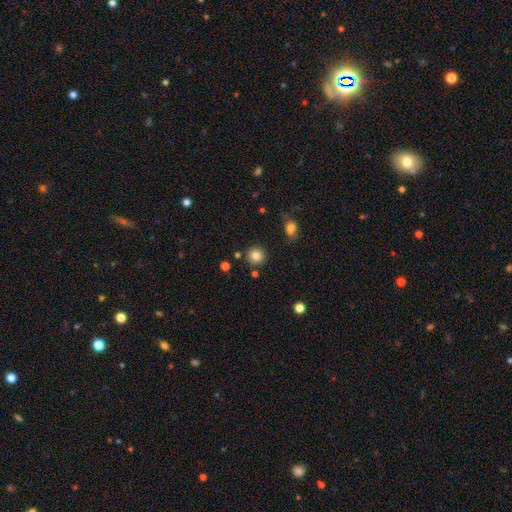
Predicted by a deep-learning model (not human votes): smooth-or-featured: smooth: 83% | star or artifact: 11% | featured or disk: 6%
  how-rounded: round: 93% | in between: 6% | cigar-shaped: 1%
  merging: none: 86% | minor disturbance: 8% | merger: 4% | major disturbance: 2%